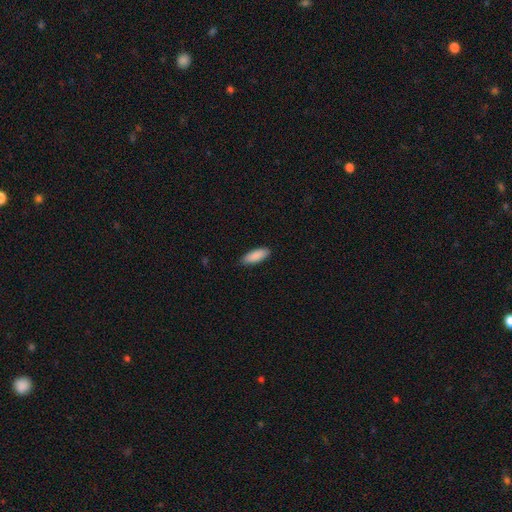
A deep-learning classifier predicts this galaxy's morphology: Q: Smooth or featured?
A: smooth (90%); runner-up: star or artifact (6%)
Q: How rounded?
A: in between (71%); runner-up: cigar-shaped (27%)
Q: Merging?
A: none (86%); runner-up: minor disturbance (11%)